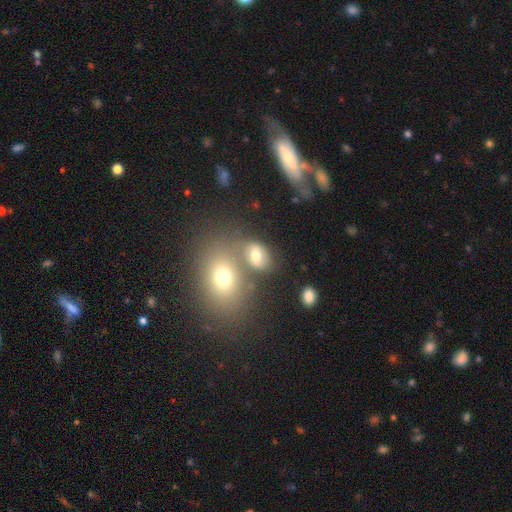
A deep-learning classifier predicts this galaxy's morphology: smooth-or-featured: smooth: 65% | featured or disk: 21% | star or artifact: 14%
  how-rounded: in between: 69% | round: 30% | cigar-shaped: 1%
  merging: none: 47% | merger: 30% | minor disturbance: 14% | major disturbance: 9%